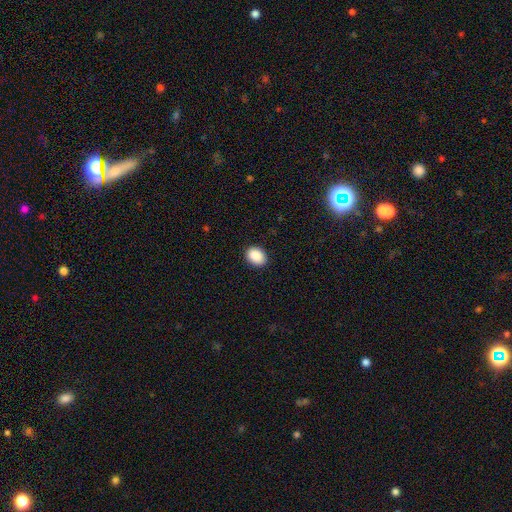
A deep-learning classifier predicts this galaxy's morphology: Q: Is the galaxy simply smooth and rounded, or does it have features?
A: smooth — 90%.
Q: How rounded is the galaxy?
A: in between — 68%.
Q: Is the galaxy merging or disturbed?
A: none — 89%.